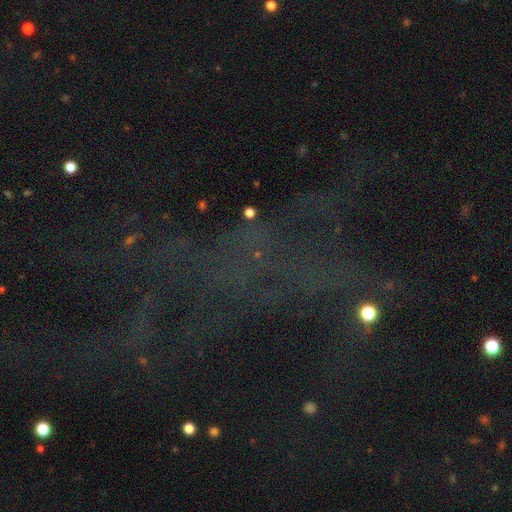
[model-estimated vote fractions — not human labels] Morphology: type=star or artifact (61%).